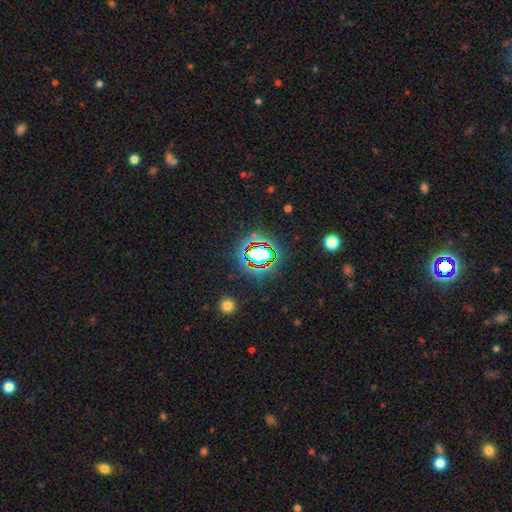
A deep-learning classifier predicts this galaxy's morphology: smooth_or_featured: star or artifact (p=0.67) [alt: smooth p=0.20]